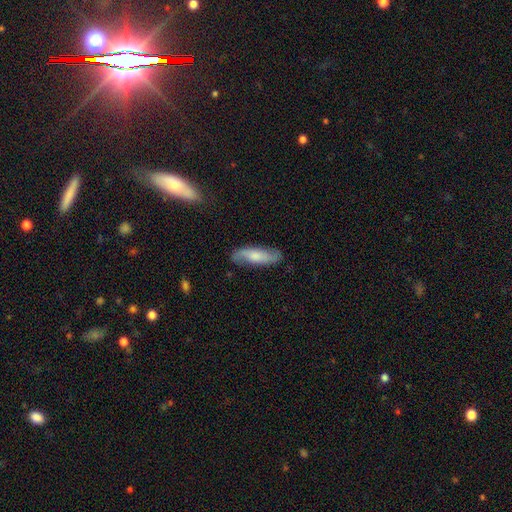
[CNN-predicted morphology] Smooth or featured? Predicted: featured or disk (p=0.50). Merging? Predicted: none (p=0.78).